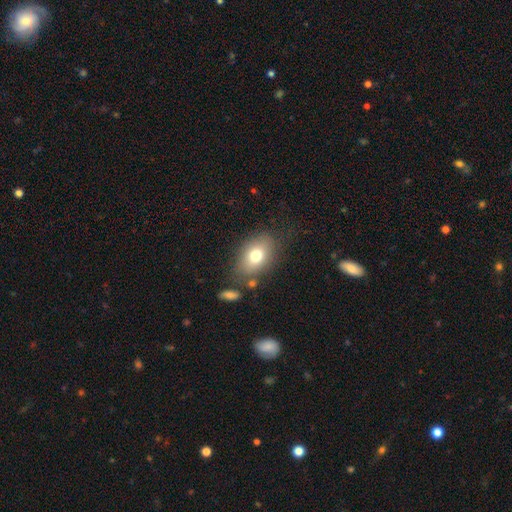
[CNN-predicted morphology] Smooth or featured? Predicted: smooth (p=0.75). How rounded? Predicted: in between (p=0.80). Merging? Predicted: none (p=0.73).